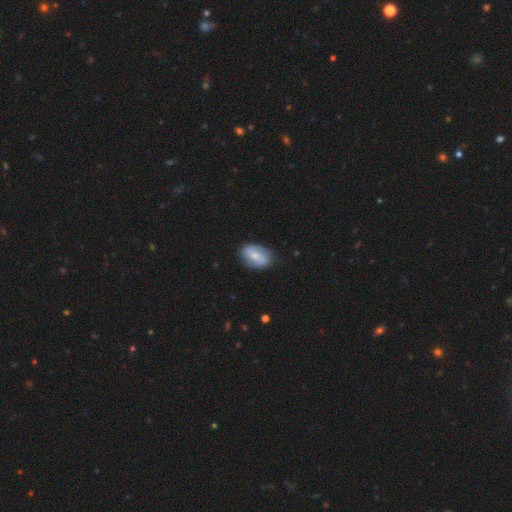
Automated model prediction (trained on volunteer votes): smooth 49%, featured or disk 44%, star or artifact 6%. Down the decision tree: merging — none (78%).